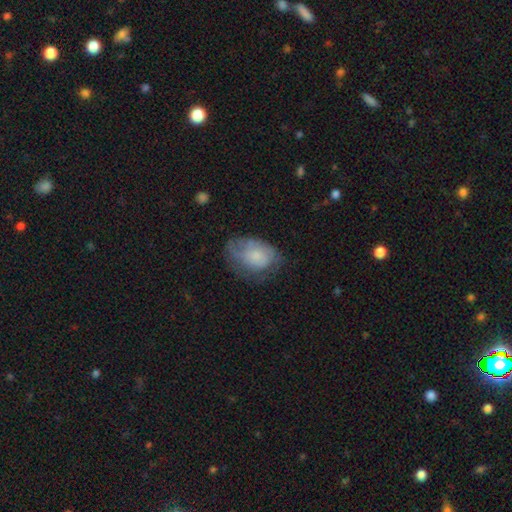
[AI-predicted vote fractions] Smooth or featured? smooth (57%)
How rounded? in between (78%)
Merging? none (47%)